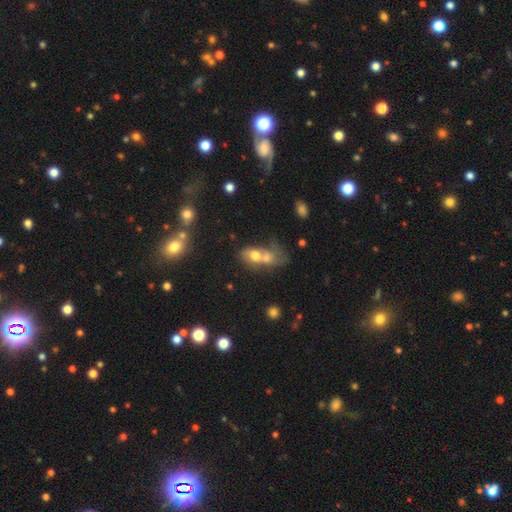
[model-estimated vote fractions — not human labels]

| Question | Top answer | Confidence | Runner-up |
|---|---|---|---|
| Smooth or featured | smooth | 63% | featured or disk (23%) |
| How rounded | in between | 69% | round (27%) |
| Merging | merger | 69% | none (16%) |